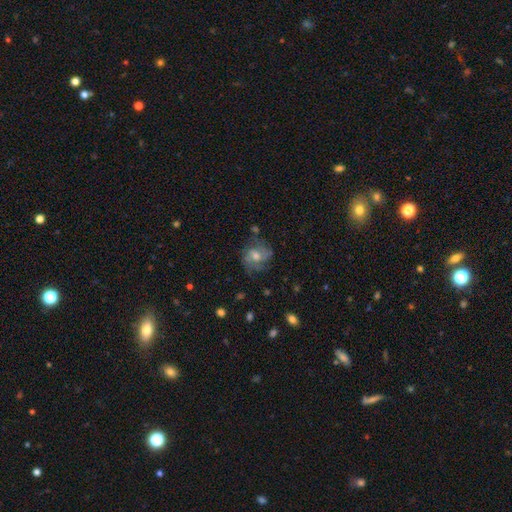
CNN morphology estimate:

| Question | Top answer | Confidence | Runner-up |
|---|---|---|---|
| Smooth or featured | featured or disk | 61% | smooth (26%) |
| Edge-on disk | no | 97% | yes (3%) |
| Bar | no | 62% | weak (33%) |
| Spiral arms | yes | 85% | no (15%) |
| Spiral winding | medium | 44% | tight (37%) |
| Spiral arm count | can't tell | 34% | 2 (27%) |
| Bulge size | moderate | 63% | small (27%) |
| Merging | none | 66% | minor disturbance (20%) |